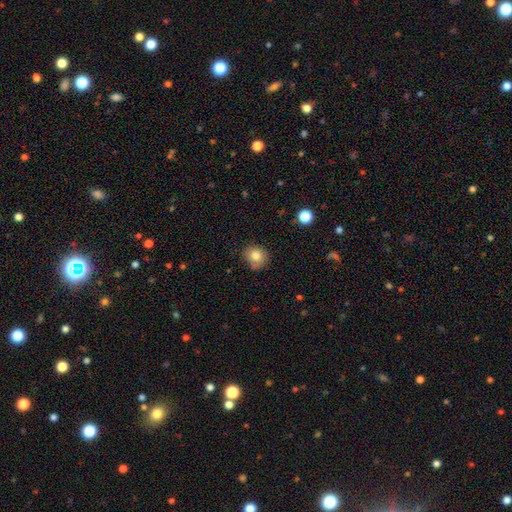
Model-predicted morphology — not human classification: Smooth or featured?
  - smooth: 80% *
  - star or artifact: 10%
  - featured or disk: 9%
How rounded?
  - round: 80% *
  - in between: 19%
  - cigar-shaped: 1%
Merging?
  - none: 72% *
  - minor disturbance: 20%
  - major disturbance: 4%
  - merger: 4%